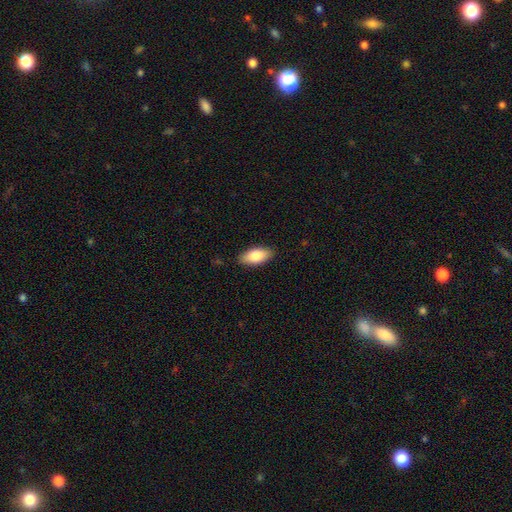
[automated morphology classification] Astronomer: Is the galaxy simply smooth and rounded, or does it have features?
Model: smooth — 82%.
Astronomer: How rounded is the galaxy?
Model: in between — 90%.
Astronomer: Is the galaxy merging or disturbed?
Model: none — 87%.